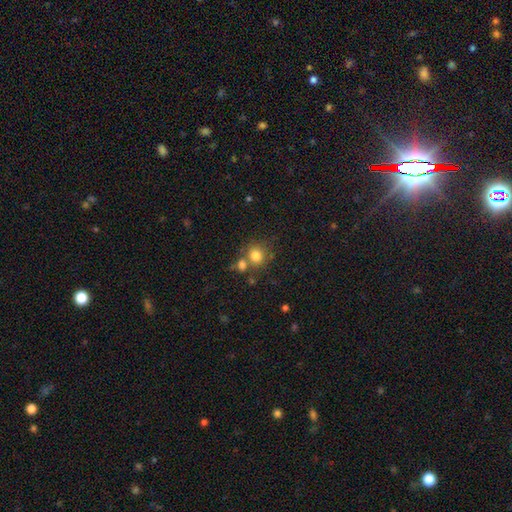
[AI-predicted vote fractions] Q: Smooth or featured?
A: smooth (79%); runner-up: star or artifact (13%)
Q: How rounded?
A: round (83%); runner-up: in between (17%)
Q: Merging?
A: none (60%); runner-up: merger (26%)